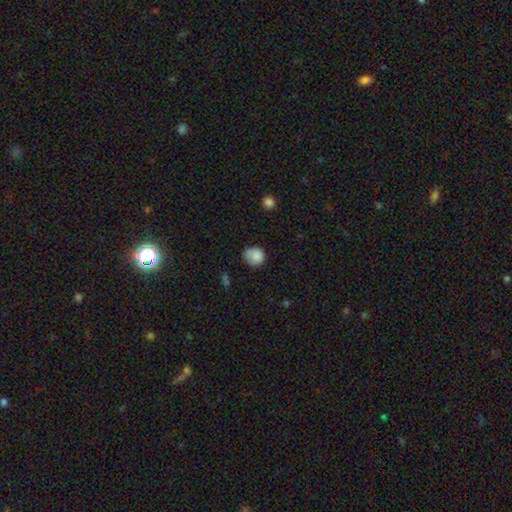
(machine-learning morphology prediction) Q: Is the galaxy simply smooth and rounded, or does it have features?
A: smooth — 85%.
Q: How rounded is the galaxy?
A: round — 78%.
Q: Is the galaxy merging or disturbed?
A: none — 64%.